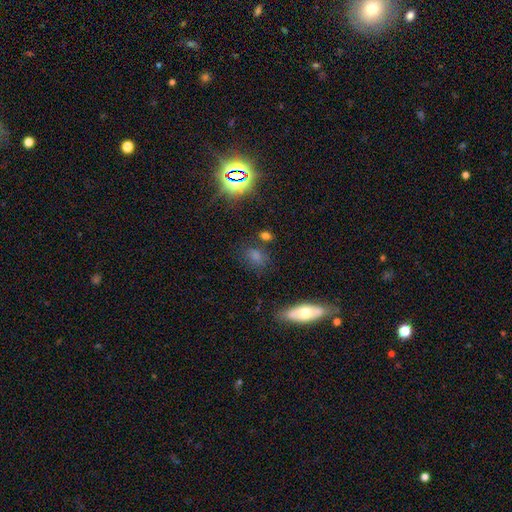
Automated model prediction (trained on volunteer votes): Overall: smooth (48%; star or artifact 38%). Merging: none (76%).